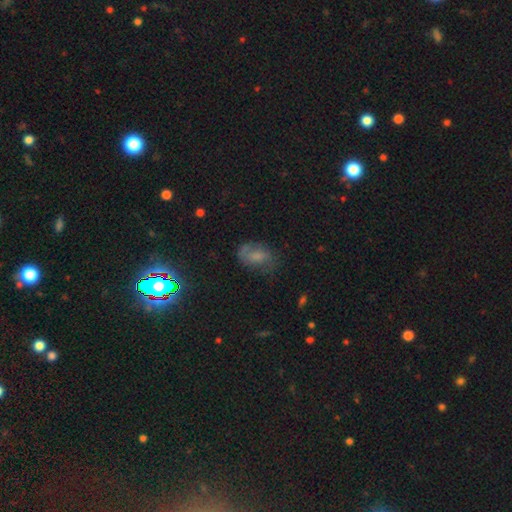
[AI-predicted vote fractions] Smooth or featured? Predicted: smooth (p=0.48). Merging? Predicted: none (p=0.56).